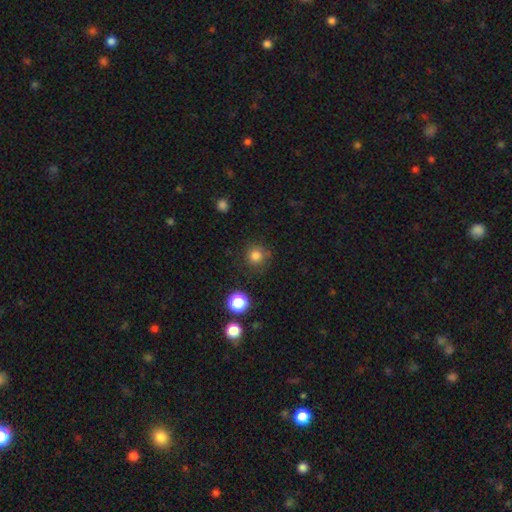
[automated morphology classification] type=smooth (82%); roundness=round (94%); merging=none (85%).